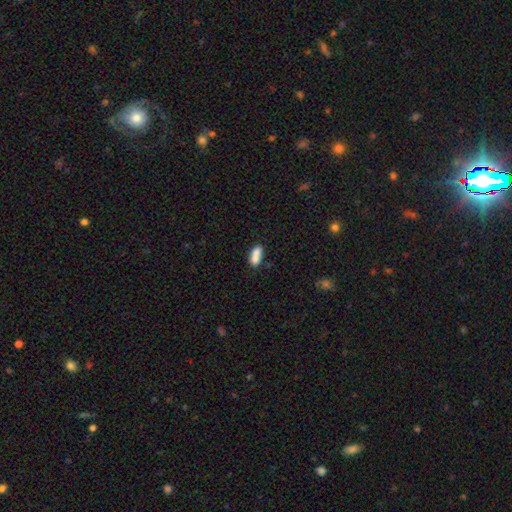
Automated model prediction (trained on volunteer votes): Overall: smooth (78%). How rounded: in between (82%). Merging: merger (42%; none 38%).